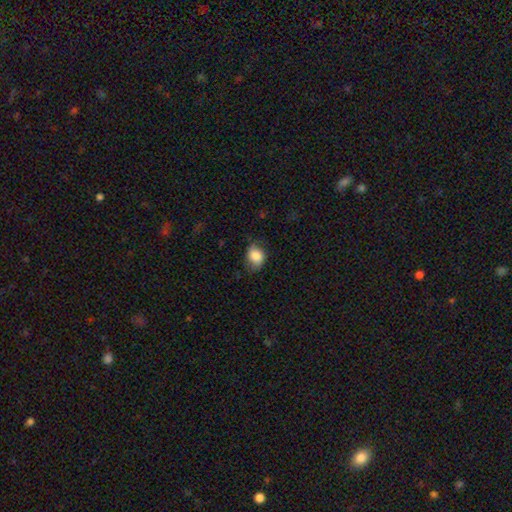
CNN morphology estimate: Smooth or featured?
  - smooth: 79% *
  - featured or disk: 13%
  - star or artifact: 8%
How rounded?
  - in between: 55% *
  - round: 43%
  - cigar-shaped: 1%
Merging?
  - none: 64% *
  - minor disturbance: 27%
  - major disturbance: 8%
  - merger: 1%